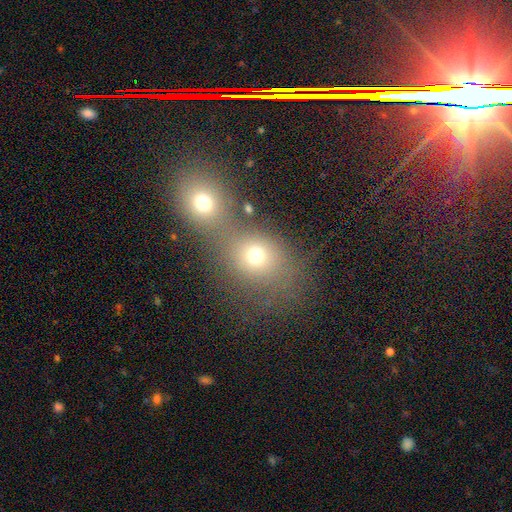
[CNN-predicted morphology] A smooth galaxy with no disk features (69%) that is round (65%). Merging: merger (55%).